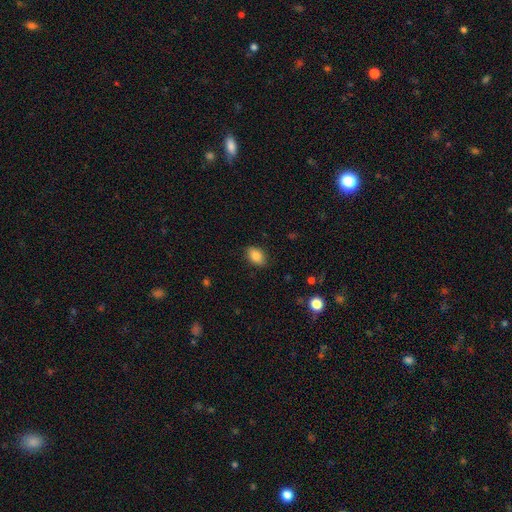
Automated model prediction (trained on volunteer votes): smooth 85%, star or artifact 8%, featured or disk 6%. Down the decision tree: how rounded — in between (82%); merging — none (85%).